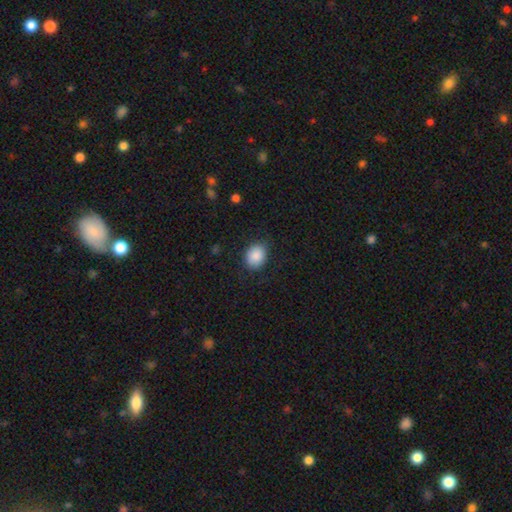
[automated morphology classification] Smooth or featured? Predicted: smooth (p=0.88). How rounded? Predicted: in between (p=0.54). Merging? Predicted: none (p=0.83).